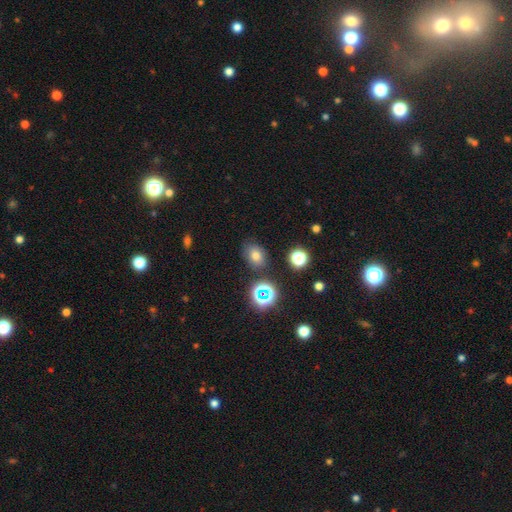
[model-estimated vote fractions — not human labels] Q: Smooth or featured?
A: smooth (70%); runner-up: star or artifact (20%)
Q: How rounded?
A: in between (62%); runner-up: round (37%)
Q: Merging?
A: none (77%); runner-up: minor disturbance (14%)